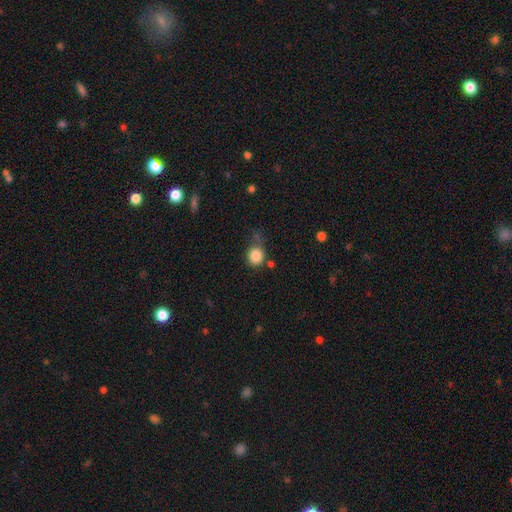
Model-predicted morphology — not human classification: This is clearly a smooth galaxy (85%). How rounded: clearly round (81%). Merging: possibly none (57%).